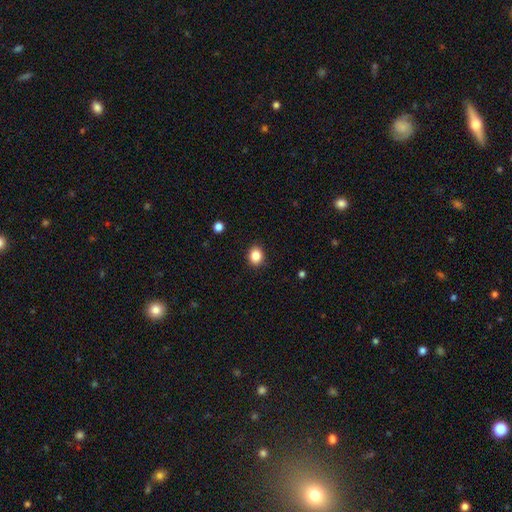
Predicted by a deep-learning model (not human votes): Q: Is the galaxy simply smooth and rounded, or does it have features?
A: smooth — 86%.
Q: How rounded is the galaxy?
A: round — 57%.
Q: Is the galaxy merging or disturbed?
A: none — 90%.